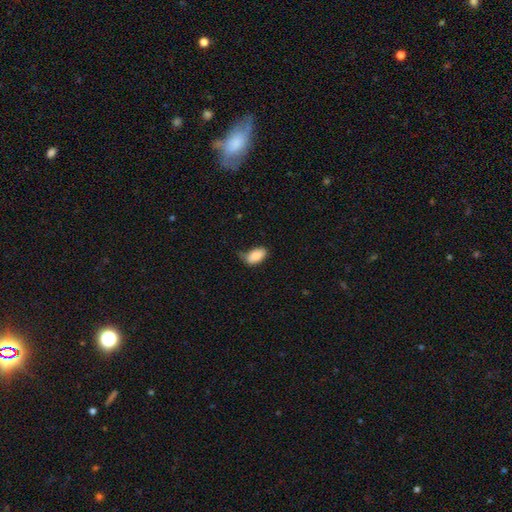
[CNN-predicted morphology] type=smooth (87%); roundness=in between (94%); merging=none (53%).